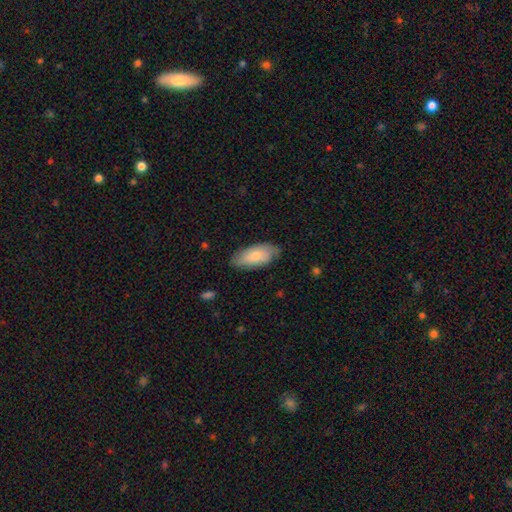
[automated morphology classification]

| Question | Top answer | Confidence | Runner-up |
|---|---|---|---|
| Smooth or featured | smooth | 75% | featured or disk (19%) |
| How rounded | in between | 89% | cigar-shaped (9%) |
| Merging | none | 77% | minor disturbance (18%) |